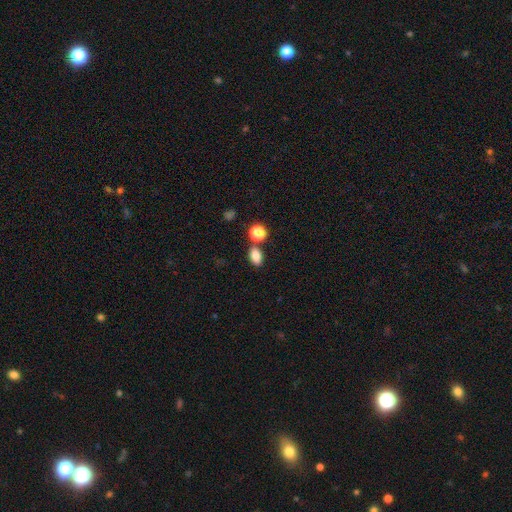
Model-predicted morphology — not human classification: The model was most divided on "merging": none: 71%, merger: 15%, minor disturbance: 11%, major disturbance: 3%. More confident: smooth or featured — smooth (83%); how rounded — in between (80%).